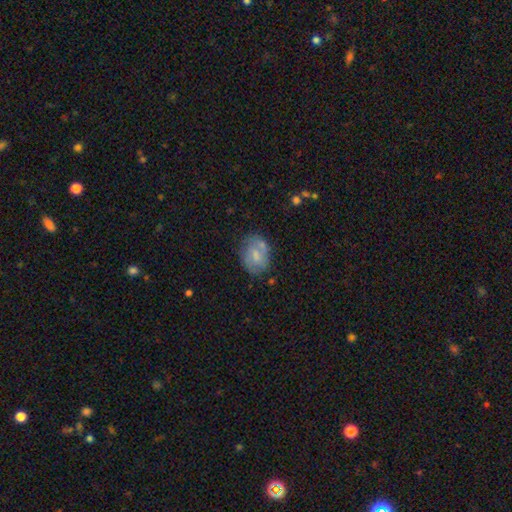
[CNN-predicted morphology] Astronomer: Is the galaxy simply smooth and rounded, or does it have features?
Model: smooth — 48% (runner-up: featured or disk, 45%).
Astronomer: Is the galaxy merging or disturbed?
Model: none — 60%.